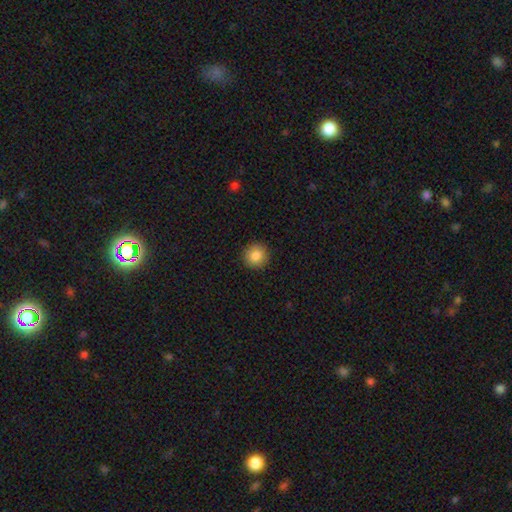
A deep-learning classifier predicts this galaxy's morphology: Overall: smooth (86%). How rounded: round (94%). Merging: none (92%).